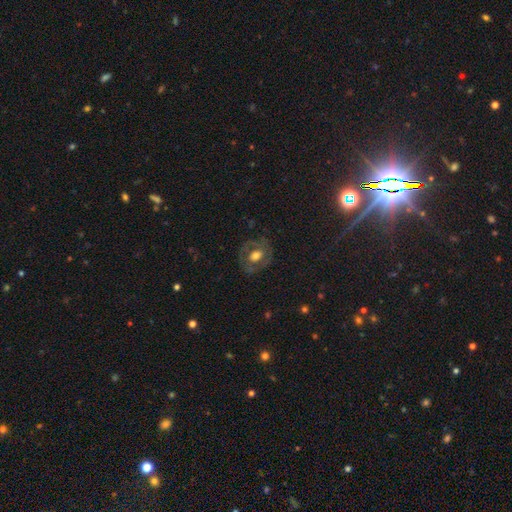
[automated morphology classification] This is possibly a featured or disk galaxy (54%). It is clearly not viewed edge-on (95%). Bar: likely no (65%). Spiral arm pattern: likely no (64%). Central bulge: possibly moderate (56%). Merging: likely none (75%).